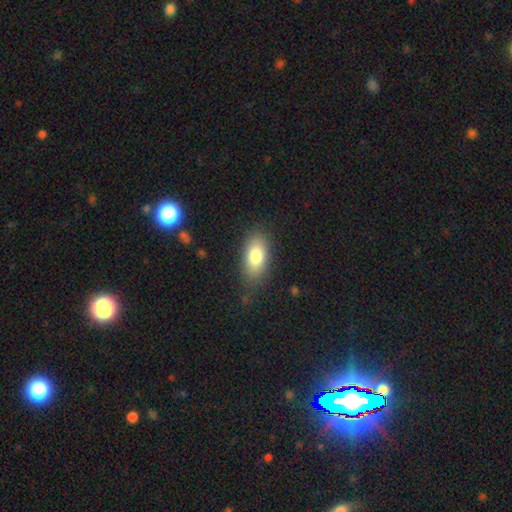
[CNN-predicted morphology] Smooth or featured: smooth — 80% (featured or disk — 12%)
How rounded: in between — 88% (cigar-shaped — 6%)
Merging: none — 81% (minor disturbance — 14%)